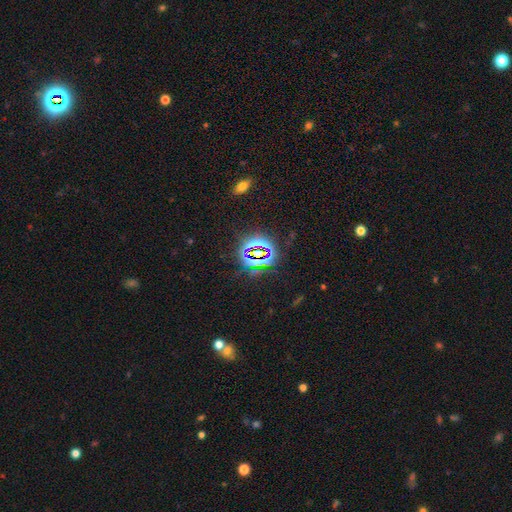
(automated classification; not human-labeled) Q: Smooth or featured?
A: star or artifact (78%); runner-up: smooth (13%)